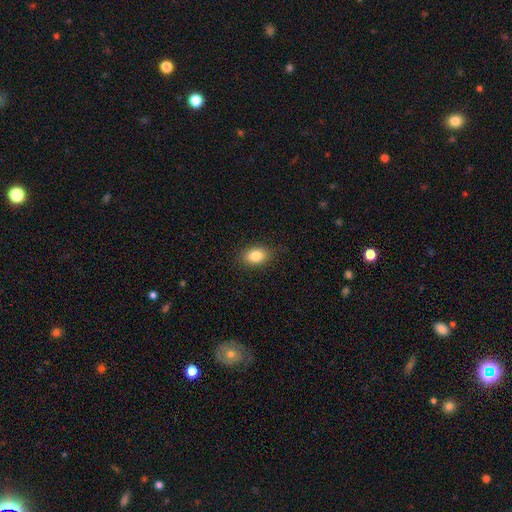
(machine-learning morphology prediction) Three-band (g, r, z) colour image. It shows a smooth galaxy with no disk features (84%) that is in between round and cigar-shaped (77%). Merging: none (84%).